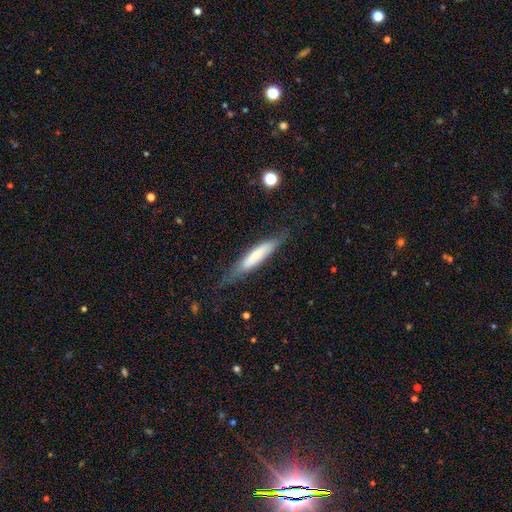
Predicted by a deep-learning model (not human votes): smooth_or_featured: smooth (p=0.58) [alt: featured or disk p=0.36]
how_rounded: cigar-shaped (p=0.81) [alt: in between p=0.17]
merging: none (p=0.71) [alt: minor disturbance p=0.20]